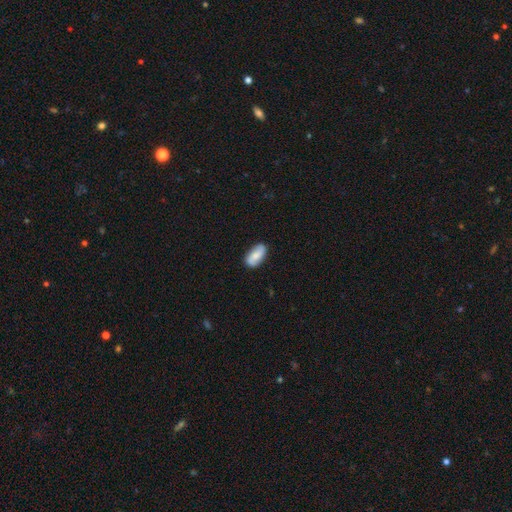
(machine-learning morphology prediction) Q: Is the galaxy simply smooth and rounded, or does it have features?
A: smooth — 66%.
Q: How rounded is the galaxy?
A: in between — 92%.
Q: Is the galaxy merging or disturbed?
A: none — 82%.